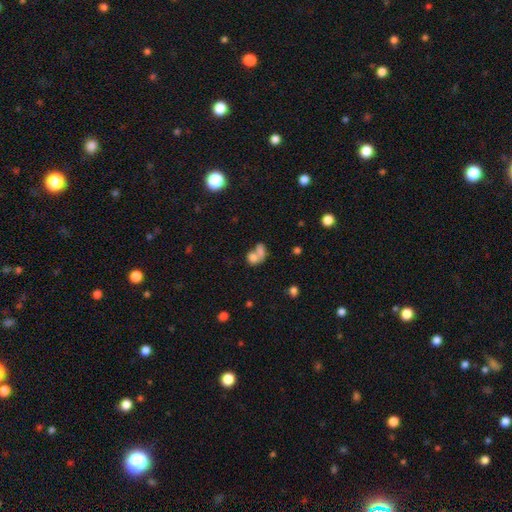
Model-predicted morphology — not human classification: Smooth or featured?
  - smooth: 73% *
  - featured or disk: 16%
  - star or artifact: 11%
How rounded?
  - in between: 63% *
  - round: 35%
  - cigar-shaped: 2%
Merging?
  - merger: 66% *
  - none: 20%
  - minor disturbance: 7%
  - major disturbance: 7%